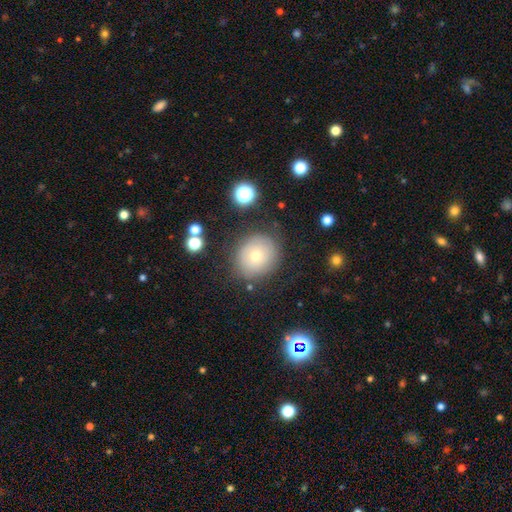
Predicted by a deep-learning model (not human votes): smooth 65%, featured or disk 23%, star or artifact 12%. Down the decision tree: how rounded — round (83%); merging — none (78%).